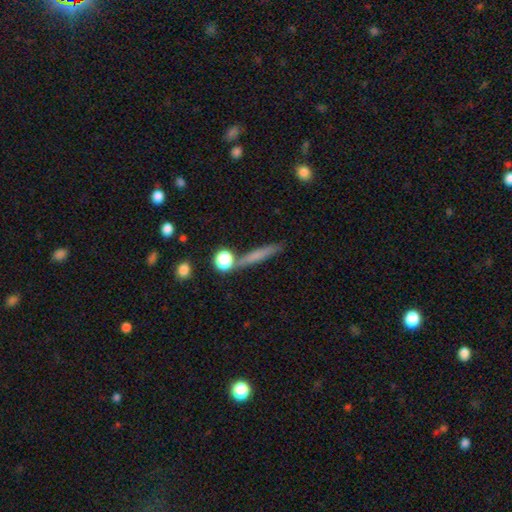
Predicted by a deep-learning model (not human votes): A smooth galaxy with no disk features (61%) that is cigar-shaped (87%). Merging: none (78%).